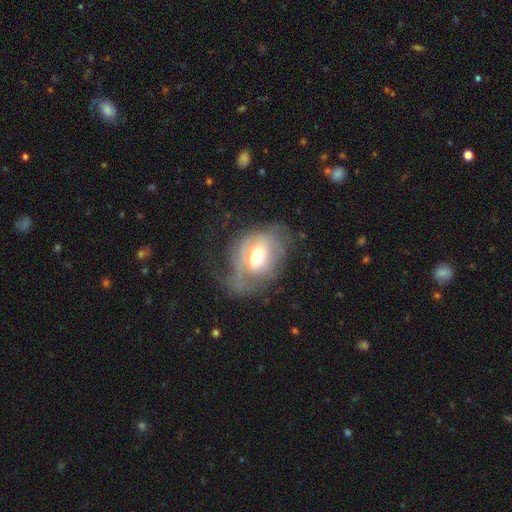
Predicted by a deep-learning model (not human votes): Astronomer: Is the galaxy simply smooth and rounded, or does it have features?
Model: featured or disk — 52% (runner-up: smooth, 39%).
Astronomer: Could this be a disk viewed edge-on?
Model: no — 95%.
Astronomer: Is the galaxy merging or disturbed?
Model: major disturbance — 40% (runner-up: none, 31%).